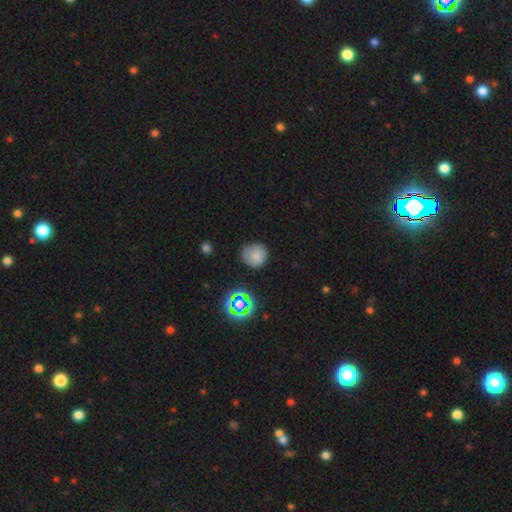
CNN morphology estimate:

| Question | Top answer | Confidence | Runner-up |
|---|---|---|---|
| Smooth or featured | smooth | 76% | star or artifact (16%) |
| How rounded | round | 91% | in between (8%) |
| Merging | none | 77% | minor disturbance (17%) |